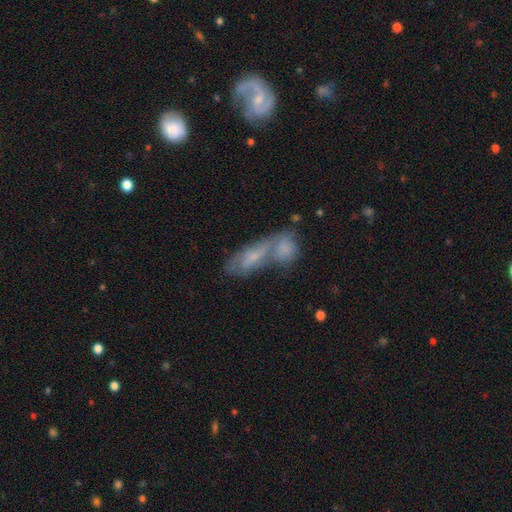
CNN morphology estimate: smooth_or_featured: smooth (p=0.47) [alt: featured or disk p=0.42]
merging: merger (p=0.52) [alt: none p=0.31]